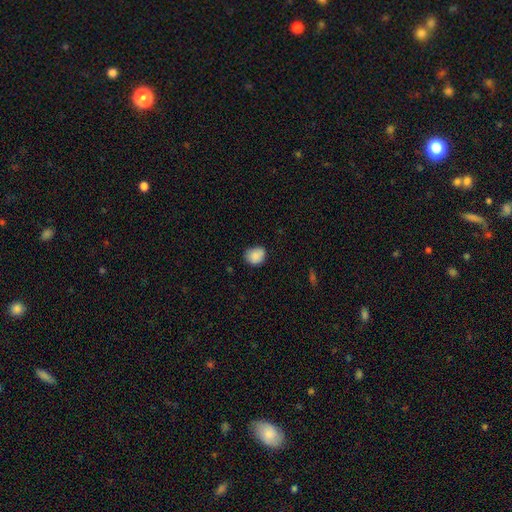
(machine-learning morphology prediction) smooth_or_featured: smooth (p=0.88) [alt: star or artifact p=0.08]
how_rounded: round (p=0.62) [alt: in between p=0.37]
merging: none (p=0.74) [alt: minor disturbance p=0.21]